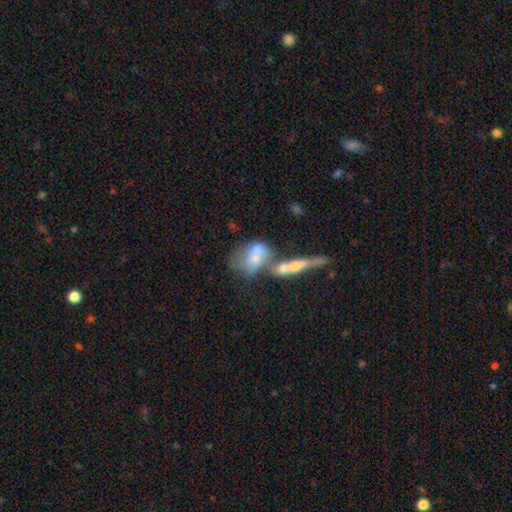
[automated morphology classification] A smooth galaxy with no disk features (53%) that is in between round and cigar-shaped (65%).

Vote fractions:
- Smooth or featured? smooth: 53% / featured or disk: 37% / star or artifact: 10%
- How rounded? in between: 65% / round: 29% / cigar-shaped: 6%
- Merging? merger: 64% / none: 16% / major disturbance: 11% / minor disturbance: 10%